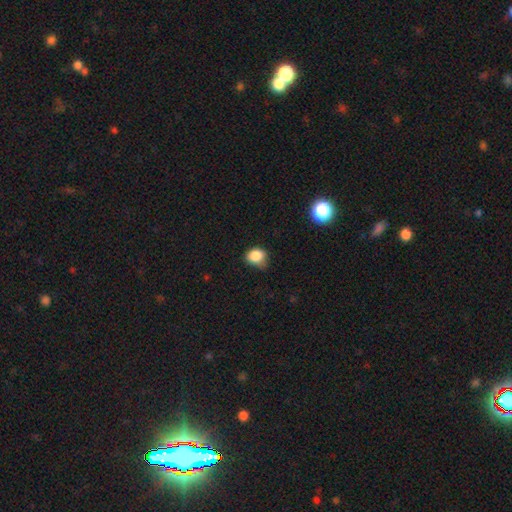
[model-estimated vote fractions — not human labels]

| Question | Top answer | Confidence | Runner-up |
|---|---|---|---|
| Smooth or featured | smooth | 84% | star or artifact (11%) |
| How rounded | round | 56% | in between (43%) |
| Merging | none | 55% | minor disturbance (36%) |